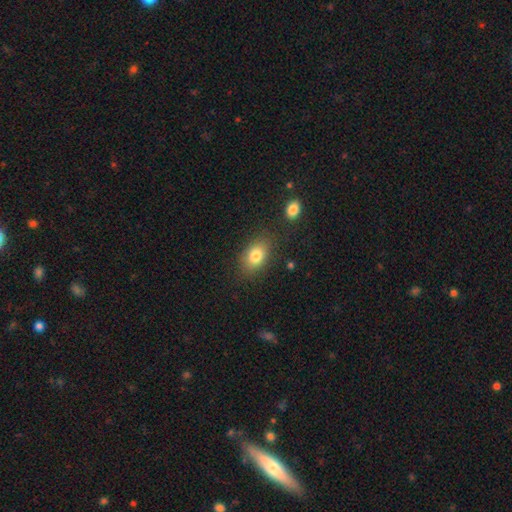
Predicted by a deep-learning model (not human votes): A smooth galaxy with no disk features (81%) that is in between round and cigar-shaped (81%).

Vote fractions:
- Smooth or featured? smooth: 81% / featured or disk: 10% / star or artifact: 9%
- How rounded? in between: 81% / round: 17% / cigar-shaped: 2%
- Merging? none: 80% / minor disturbance: 13% / major disturbance: 4% / merger: 3%